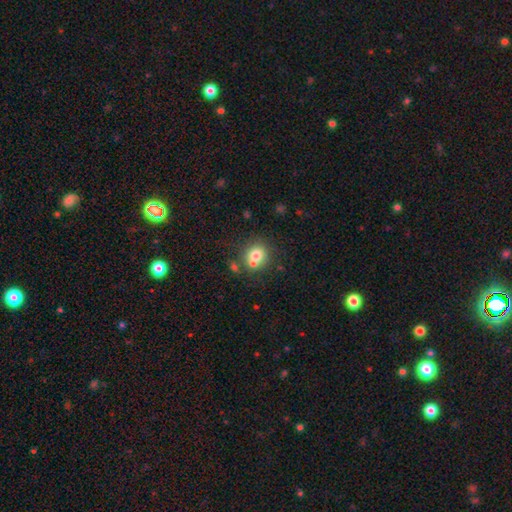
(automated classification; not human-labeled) A smooth galaxy with no disk features (75%) that is round (83%). Merging: none (59%).